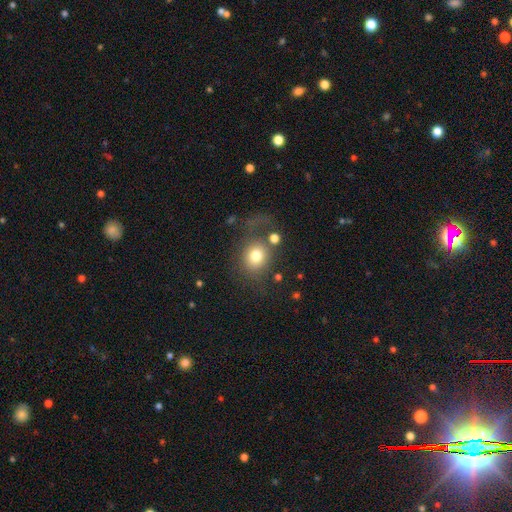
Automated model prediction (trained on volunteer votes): Q: Smooth or featured?
A: smooth (75%); runner-up: featured or disk (14%)
Q: How rounded?
A: round (76%); runner-up: in between (23%)
Q: Merging?
A: none (53%); runner-up: major disturbance (20%)